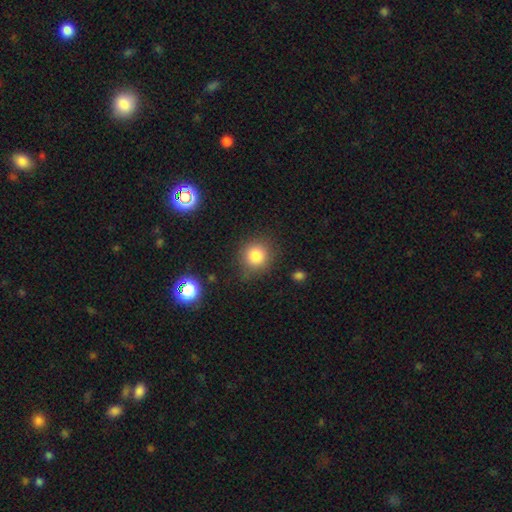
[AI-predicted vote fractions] The model was most divided on "merging": none: 83%, minor disturbance: 11%, major disturbance: 4%, merger: 2%. More confident: how rounded — round (89%); smooth or featured — smooth (83%).